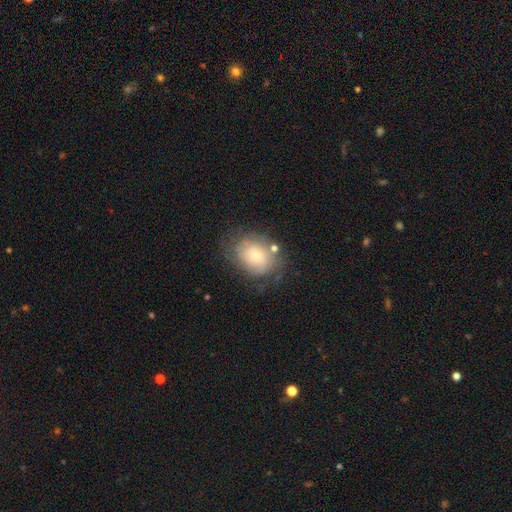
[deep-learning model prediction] A smooth galaxy with no disk features (55%) that is in between round and cigar-shaped (54%).

Vote fractions:
- Smooth or featured? smooth: 55% / featured or disk: 36% / star or artifact: 9%
- How rounded? in between: 54% / round: 45% / cigar-shaped: 1%
- Merging? none: 62% / minor disturbance: 23% / major disturbance: 11% / merger: 5%